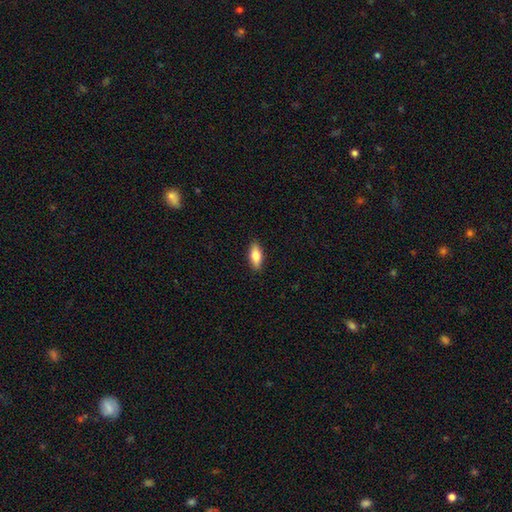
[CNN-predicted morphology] This is likely a smooth galaxy (74%). How rounded: likely in between (76%). Merging: clearly none (89%).